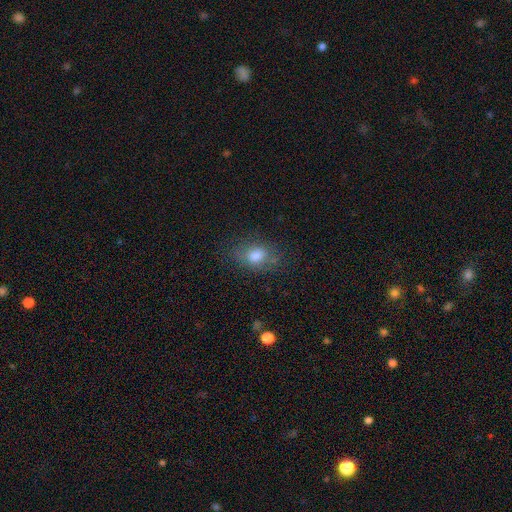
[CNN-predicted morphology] Overall: smooth (77%). How rounded: in between (74%). Merging: none (71%).